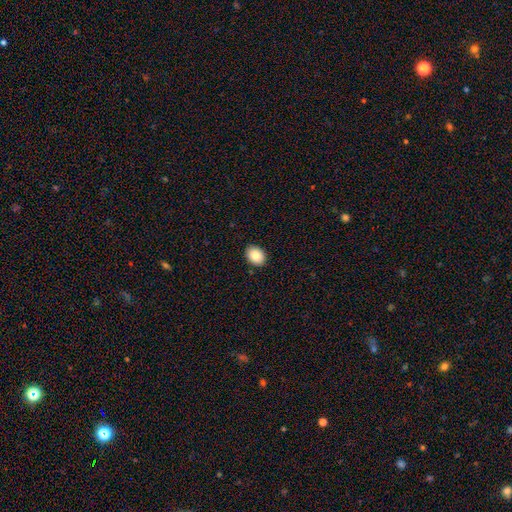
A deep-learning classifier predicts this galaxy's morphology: Smooth or featured? Predicted: smooth (p=0.85). How rounded? Predicted: in between (p=0.65). Merging? Predicted: none (p=0.90).